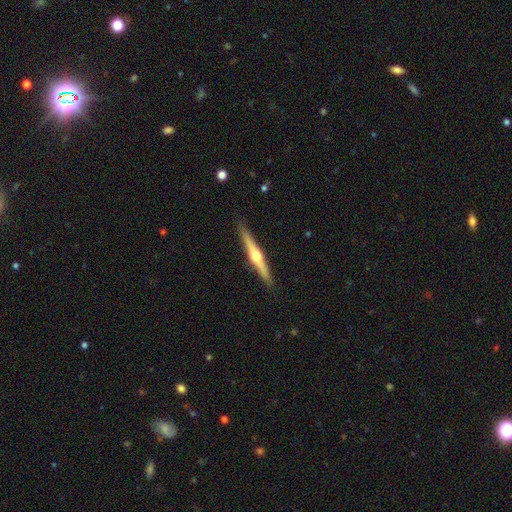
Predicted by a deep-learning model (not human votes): Overall: featured or disk (75%). Edge-on disk: yes (98%). Edge-on bulge: rounded (93%). Merging: none (90%).